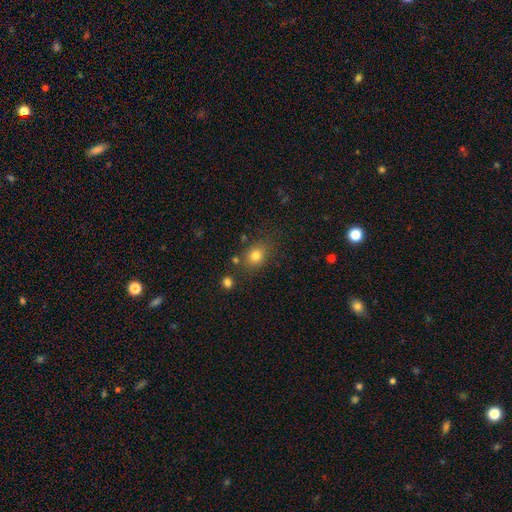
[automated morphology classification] smooth_or_featured: smooth (p=0.79) [alt: star or artifact p=0.13]
how_rounded: round (p=0.59) [alt: in between p=0.40]
merging: none (p=0.76) [alt: minor disturbance p=0.13]